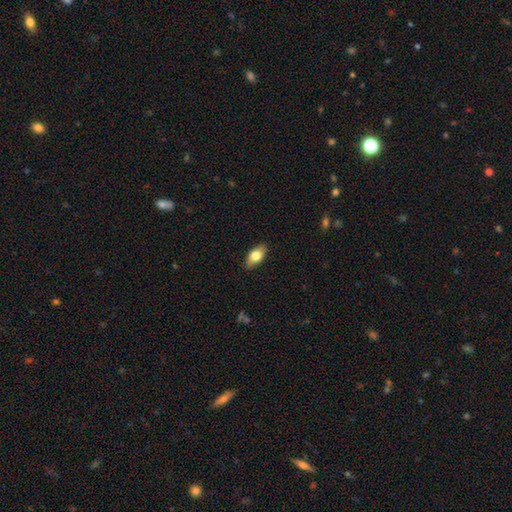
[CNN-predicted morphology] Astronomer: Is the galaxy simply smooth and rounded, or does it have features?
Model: smooth — 76%.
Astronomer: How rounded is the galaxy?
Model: in between — 89%.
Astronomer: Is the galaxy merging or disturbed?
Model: none — 86%.